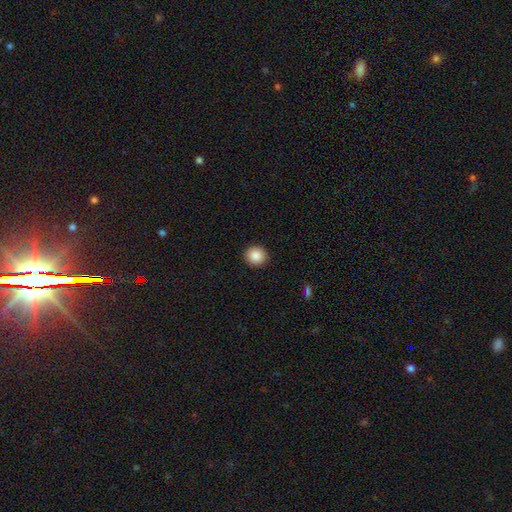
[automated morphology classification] smooth-or-featured: smooth: 88% | star or artifact: 9% | featured or disk: 4%
  how-rounded: round: 90% | in between: 10% | cigar-shaped: 1%
  merging: none: 92% | minor disturbance: 6% | major disturbance: 2% | merger: 1%